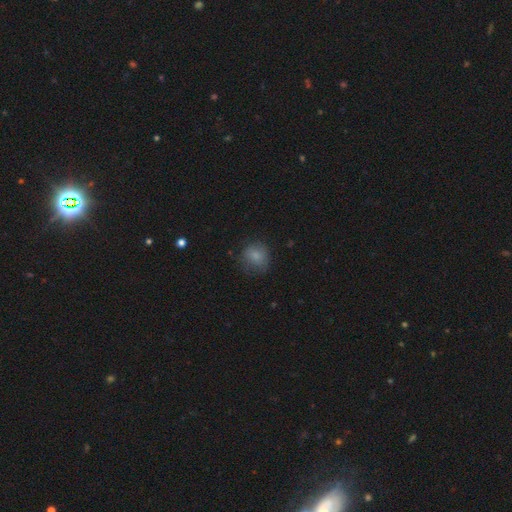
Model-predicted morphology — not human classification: Overall: smooth (80%). How rounded: round (76%). Merging: none (66%).